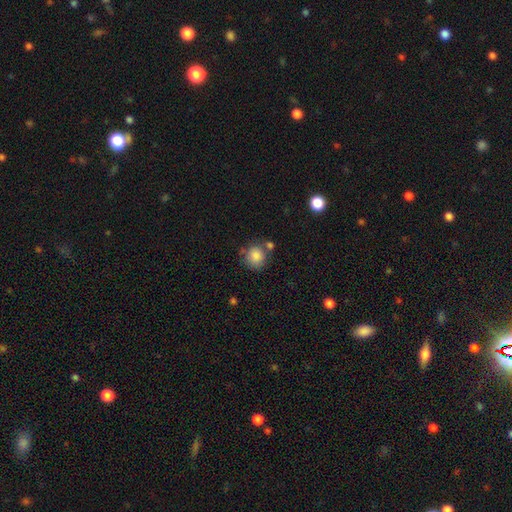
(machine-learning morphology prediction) This is clearly a smooth galaxy (86%). How rounded: clearly round (86%). Merging: likely none (66%).